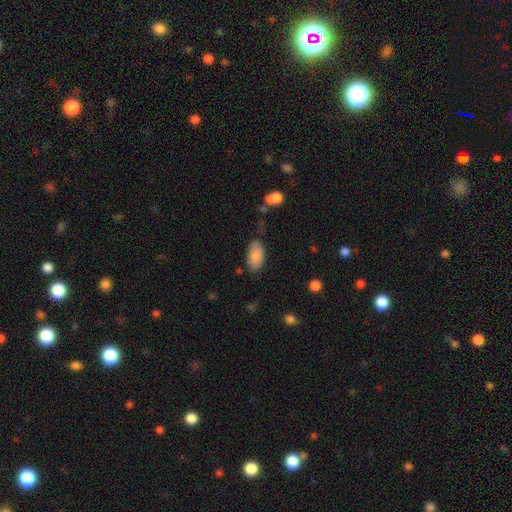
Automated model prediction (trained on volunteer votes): Q: Smooth or featured?
A: smooth (85%); runner-up: featured or disk (9%)
Q: How rounded?
A: in between (94%); runner-up: cigar-shaped (3%)
Q: Merging?
A: none (73%); runner-up: minor disturbance (19%)